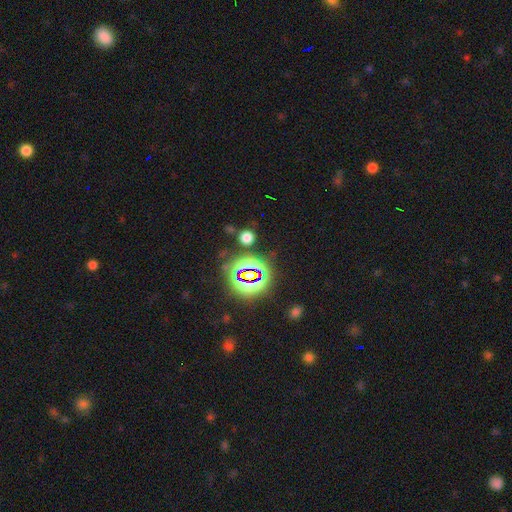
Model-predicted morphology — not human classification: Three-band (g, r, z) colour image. It shows a star or artifact, not a galaxy (80%).